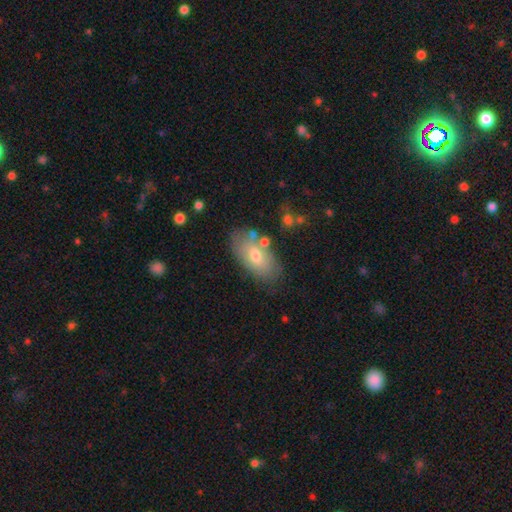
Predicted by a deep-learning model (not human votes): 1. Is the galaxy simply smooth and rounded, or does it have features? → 65% smooth, 28% featured or disk, 7% star or artifact.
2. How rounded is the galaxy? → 92% in between, 4% cigar-shaped, 4% round.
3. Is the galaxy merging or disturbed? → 73% none, 17% minor disturbance, 6% merger, 4% major disturbance.